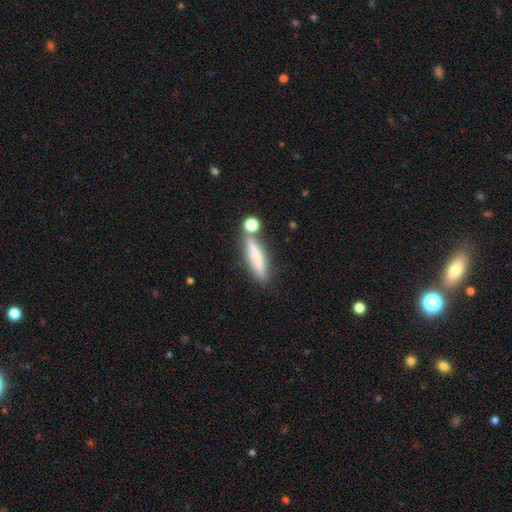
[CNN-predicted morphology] This is likely a smooth galaxy (67%). How rounded: likely cigar-shaped (78%). Merging: likely none (71%).